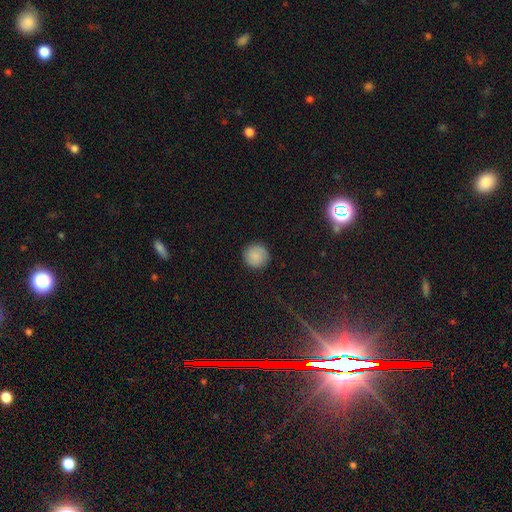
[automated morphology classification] Q: Smooth or featured?
A: smooth (83%); runner-up: star or artifact (9%)
Q: How rounded?
A: round (94%); runner-up: in between (5%)
Q: Merging?
A: none (90%); runner-up: minor disturbance (7%)